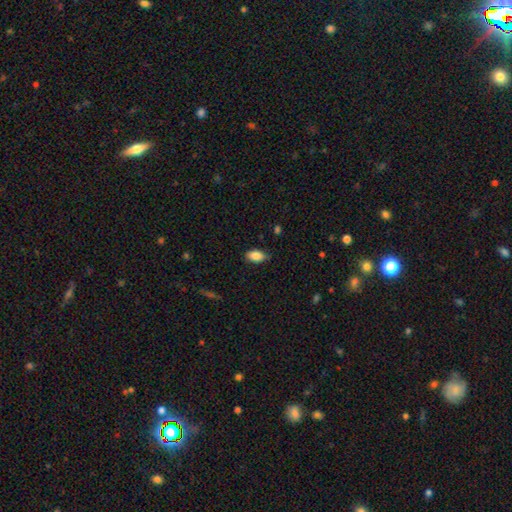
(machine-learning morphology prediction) A smooth galaxy with no disk features (87%) that is in between round and cigar-shaped (93%). Merging: none (80%).